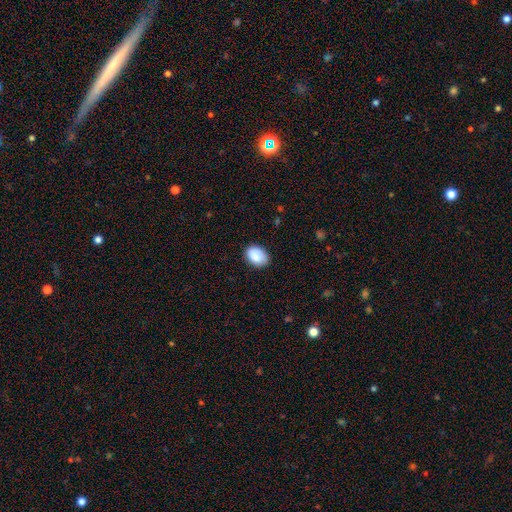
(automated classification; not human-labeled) smooth-or-featured: smooth: 86% | featured or disk: 7% | star or artifact: 7%
  how-rounded: in between: 79% | round: 20% | cigar-shaped: 1%
  merging: none: 80% | minor disturbance: 16% | major disturbance: 3% | merger: 1%